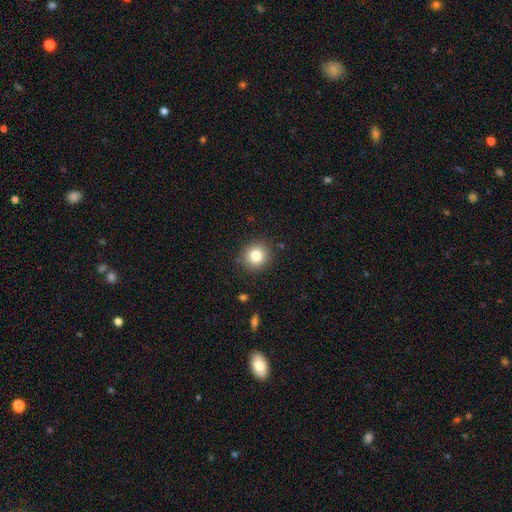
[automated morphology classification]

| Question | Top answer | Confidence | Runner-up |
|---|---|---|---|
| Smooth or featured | smooth | 82% | star or artifact (11%) |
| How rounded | round | 88% | in between (11%) |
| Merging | none | 88% | minor disturbance (8%) |